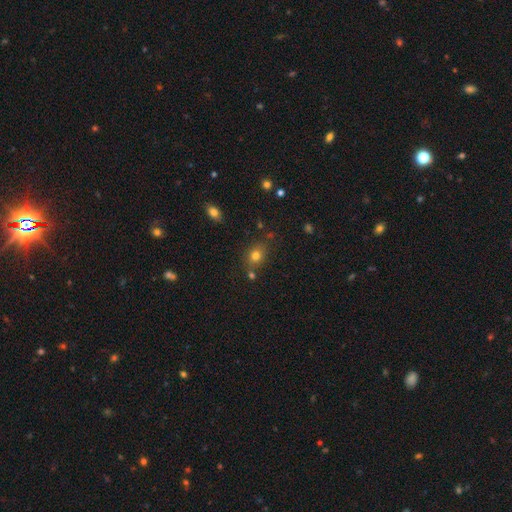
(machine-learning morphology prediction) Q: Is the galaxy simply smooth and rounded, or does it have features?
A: smooth — 76%.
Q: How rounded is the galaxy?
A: round — 51%.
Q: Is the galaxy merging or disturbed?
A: none — 71%.